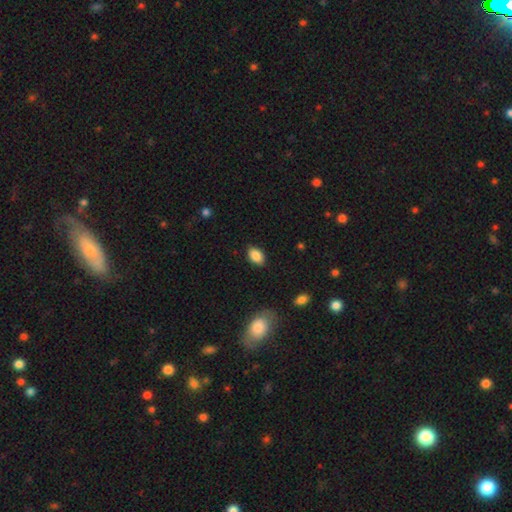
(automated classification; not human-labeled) smooth-or-featured: smooth: 86% | star or artifact: 8% | featured or disk: 5%
  how-rounded: in between: 87% | round: 11% | cigar-shaped: 2%
  merging: none: 85% | minor disturbance: 11% | major disturbance: 3% | merger: 1%